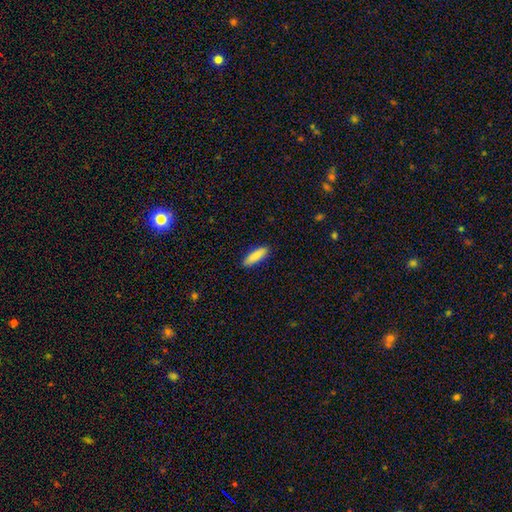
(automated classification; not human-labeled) This appears to be a smooth galaxy with no disk features (88%) that is cigar-shaped (57%). Merging: none (90%).